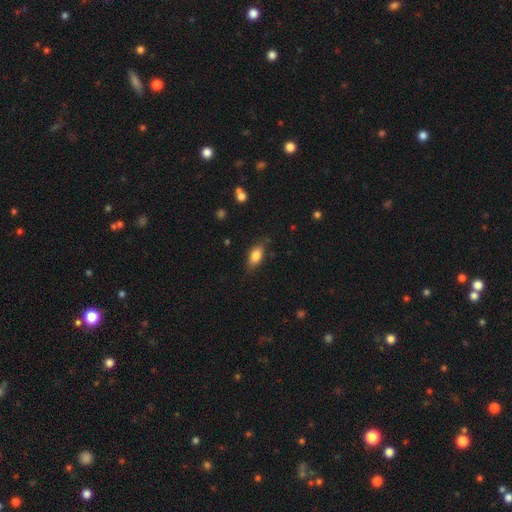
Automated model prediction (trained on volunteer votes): This appears to be a smooth galaxy with no disk features (81%) that is in between round and cigar-shaped (86%). Merging: none (80%).